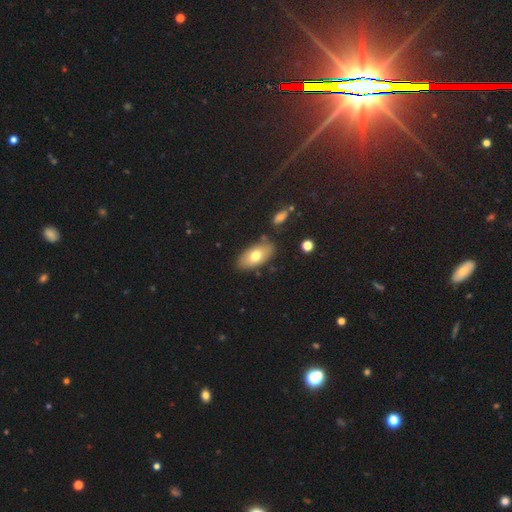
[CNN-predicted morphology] smooth-or-featured: smooth: 69% | featured or disk: 23% | star or artifact: 7%
  how-rounded: in between: 92% | round: 4% | cigar-shaped: 4%
  merging: none: 79% | minor disturbance: 13% | merger: 5% | major disturbance: 3%